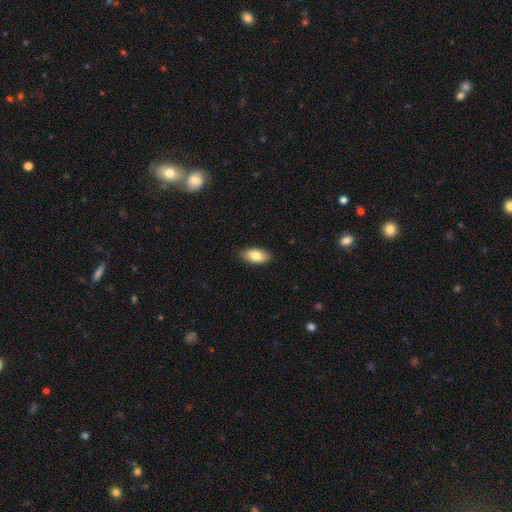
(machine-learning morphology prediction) Smooth or featured?
  - smooth: 81% *
  - featured or disk: 12%
  - star or artifact: 6%
How rounded?
  - in between: 91% *
  - cigar-shaped: 6%
  - round: 3%
Merging?
  - none: 86% *
  - minor disturbance: 11%
  - major disturbance: 2%
  - merger: 1%